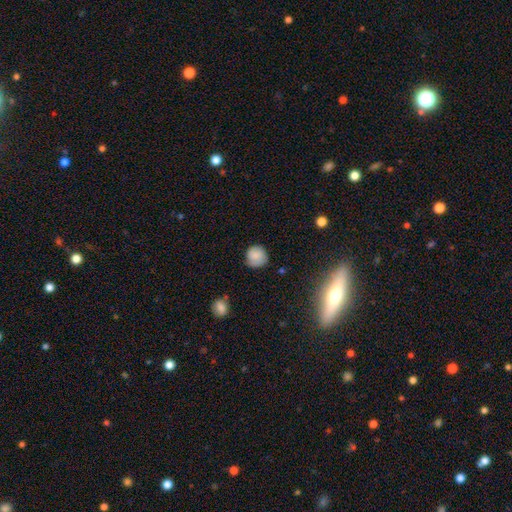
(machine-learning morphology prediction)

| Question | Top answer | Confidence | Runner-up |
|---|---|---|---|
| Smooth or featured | smooth | 82% | featured or disk (9%) |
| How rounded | round | 90% | in between (9%) |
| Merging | none | 76% | minor disturbance (19%) |